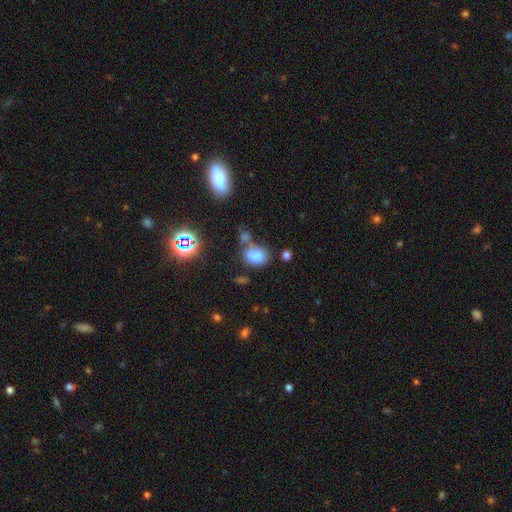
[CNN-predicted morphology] type=smooth (72%); roundness=in between (52%); merging=none (48%).